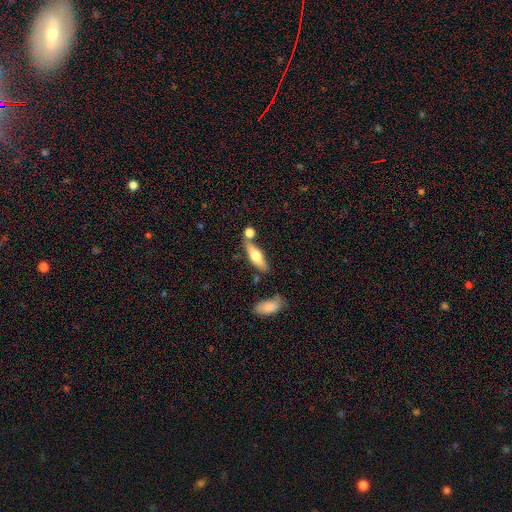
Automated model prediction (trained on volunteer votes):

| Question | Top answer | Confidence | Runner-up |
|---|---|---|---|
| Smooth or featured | smooth | 53% | featured or disk (41%) |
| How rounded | cigar-shaped | 56% | in between (42%) |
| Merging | none | 64% | merger (17%) |